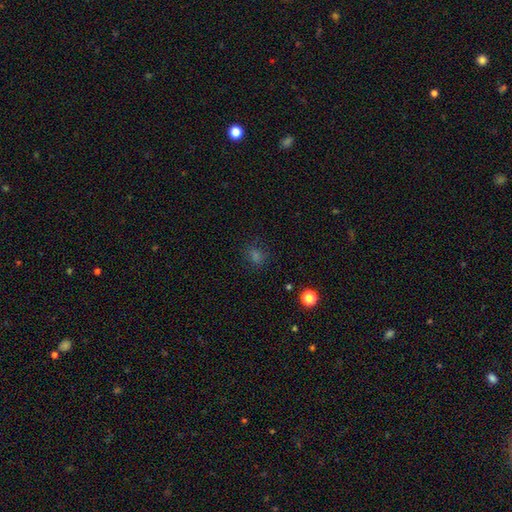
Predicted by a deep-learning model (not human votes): Q: Smooth or featured?
A: smooth (61%); runner-up: star or artifact (31%)
Q: How rounded?
A: round (70%); runner-up: in between (28%)
Q: Merging?
A: none (83%); runner-up: minor disturbance (11%)